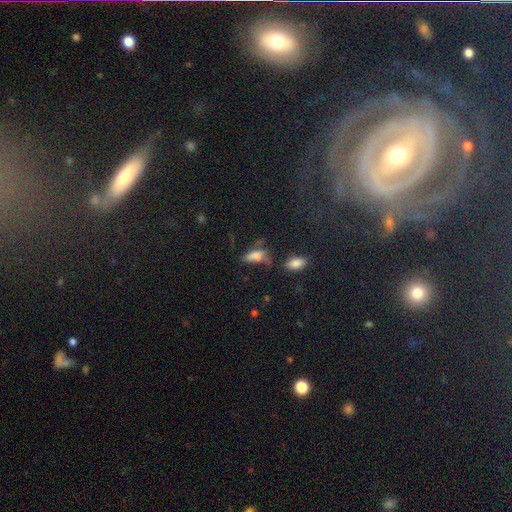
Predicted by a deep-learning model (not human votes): This appears to be a smooth galaxy with no disk features (72%) that is in between round and cigar-shaped (75%). Merging: none (36%).